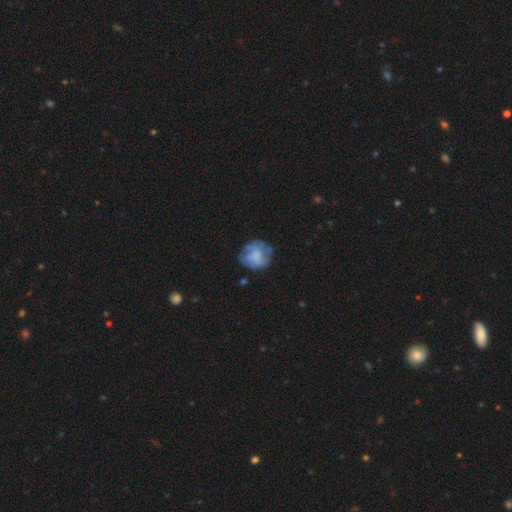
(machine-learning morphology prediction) Smooth or featured: smooth — 47% (featured or disk — 44%)
Merging: none — 65% (minor disturbance — 21%)